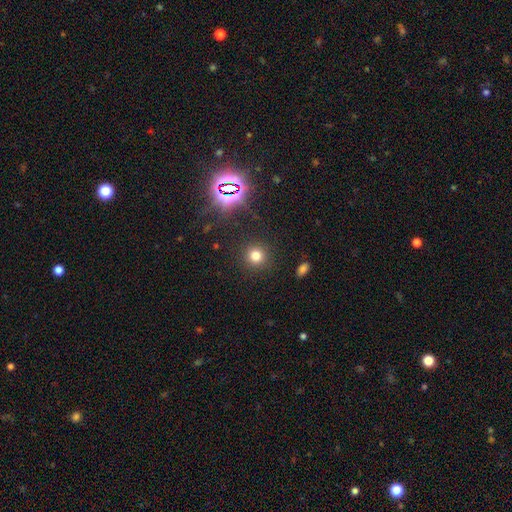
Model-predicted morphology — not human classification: This is likely a smooth galaxy (74%). How rounded: clearly round (92%). Merging: clearly none (90%).